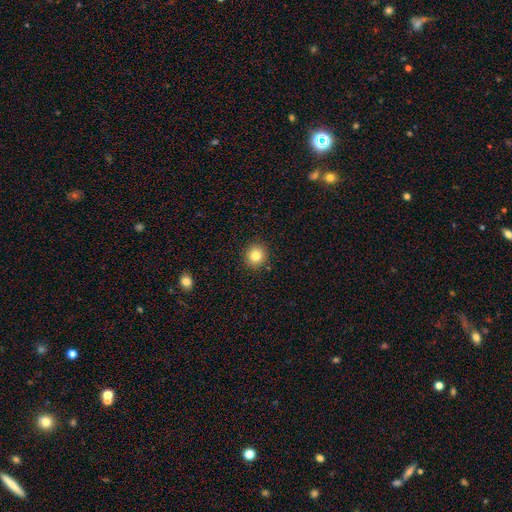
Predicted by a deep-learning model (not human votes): smooth 83%, star or artifact 11%, featured or disk 6%. Down the decision tree: how rounded — round (90%); merging — none (92%).